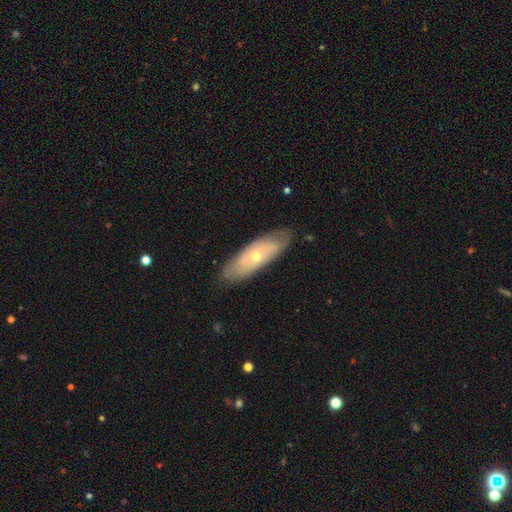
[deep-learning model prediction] Overall: featured or disk (56%; smooth 38%). Edge-on disk: no (74%). Merging: none (81%).